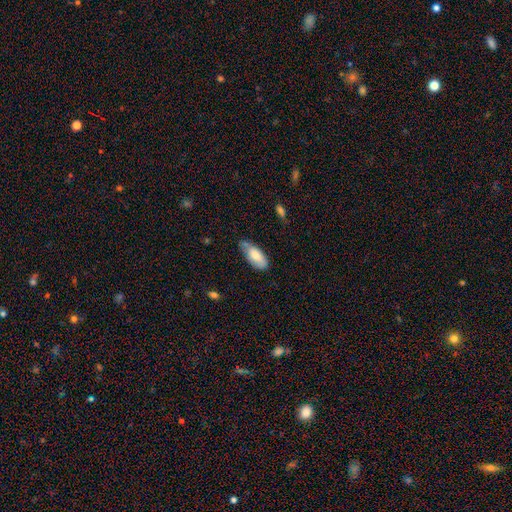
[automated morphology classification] Smooth or featured? smooth (80%)
How rounded? in between (88%)
Merging? none (52%)